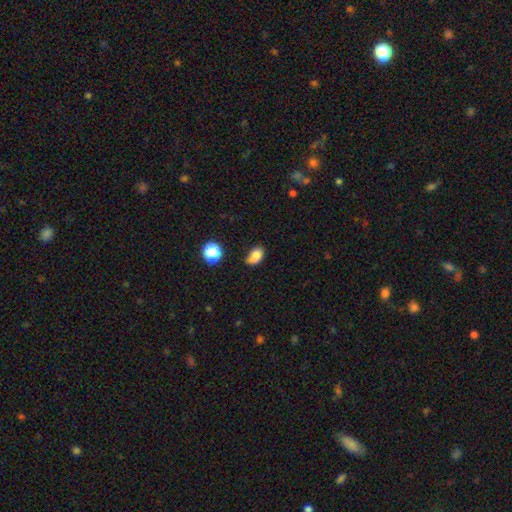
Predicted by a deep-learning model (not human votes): smooth-or-featured: smooth: 79% | star or artifact: 12% | featured or disk: 9%
  how-rounded: in between: 79% | round: 19% | cigar-shaped: 2%
  merging: none: 45% | minor disturbance: 35% | major disturbance: 12% | merger: 8%